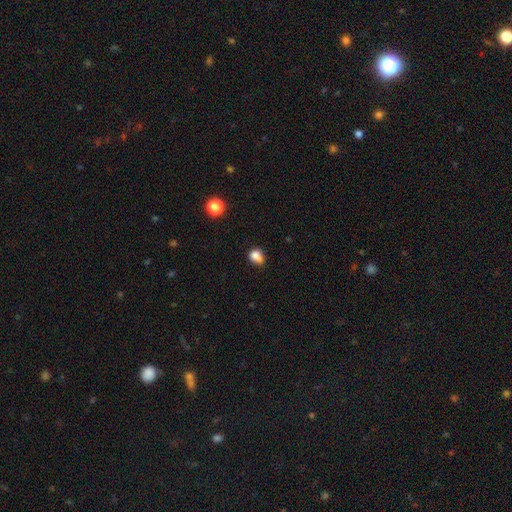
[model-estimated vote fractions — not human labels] Smooth or featured? Predicted: smooth (p=0.81). How rounded? Predicted: round (p=0.54). Merging? Predicted: none (p=0.45).